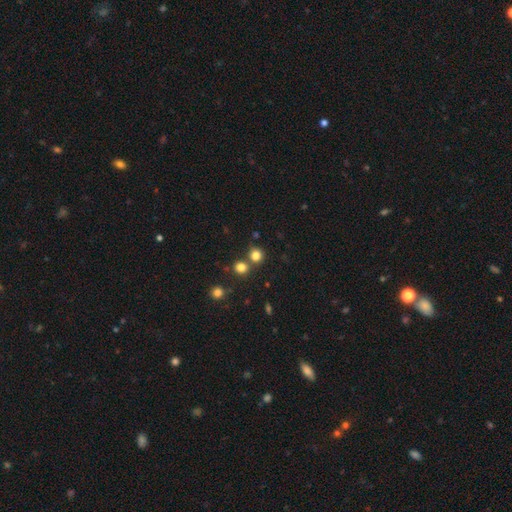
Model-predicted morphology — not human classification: Smooth or featured? smooth (79%)
How rounded? round (88%)
Merging? none (69%)